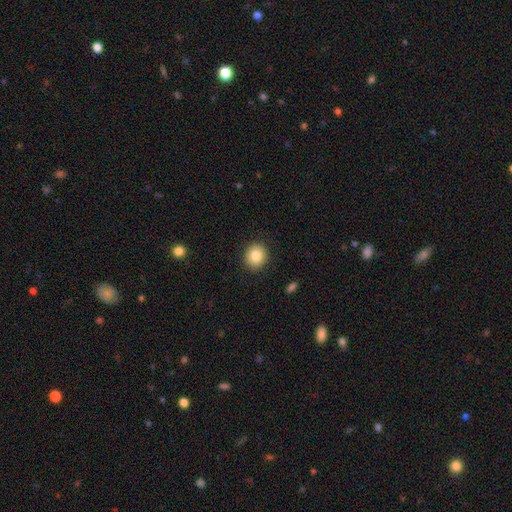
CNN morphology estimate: smooth-or-featured: smooth: 84% | star or artifact: 9% | featured or disk: 7%
  how-rounded: round: 83% | in between: 16% | cigar-shaped: 1%
  merging: none: 90% | minor disturbance: 7% | major disturbance: 2% | merger: 1%